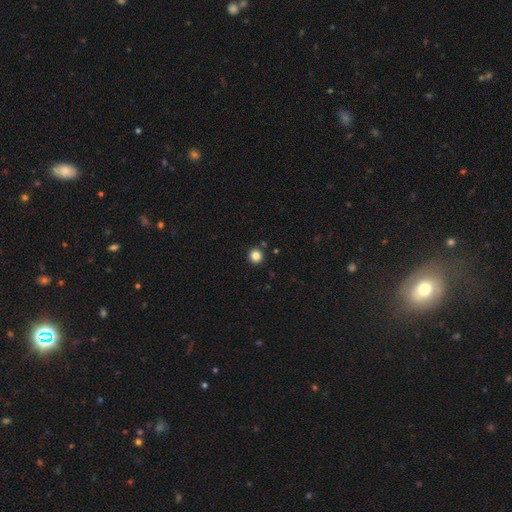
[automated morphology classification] type=smooth (84%); roundness=round (94%); merging=none (90%).